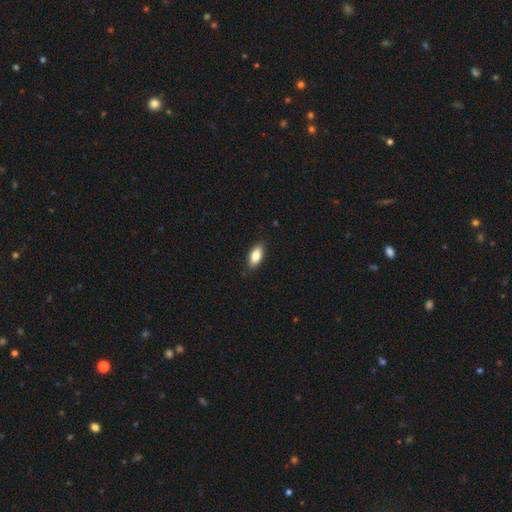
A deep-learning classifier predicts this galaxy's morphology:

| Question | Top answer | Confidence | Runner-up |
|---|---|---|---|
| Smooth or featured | smooth | 82% | featured or disk (11%) |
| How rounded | in between | 89% | cigar-shaped (8%) |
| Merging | none | 88% | minor disturbance (10%) |